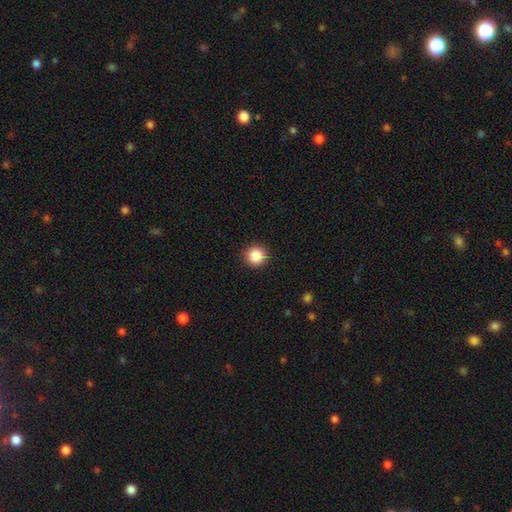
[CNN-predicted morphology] Smooth or featured?
  - smooth: 87% *
  - star or artifact: 9%
  - featured or disk: 4%
How rounded?
  - round: 95% *
  - in between: 4%
  - cigar-shaped: 1%
Merging?
  - none: 92% *
  - minor disturbance: 5%
  - major disturbance: 2%
  - merger: 1%